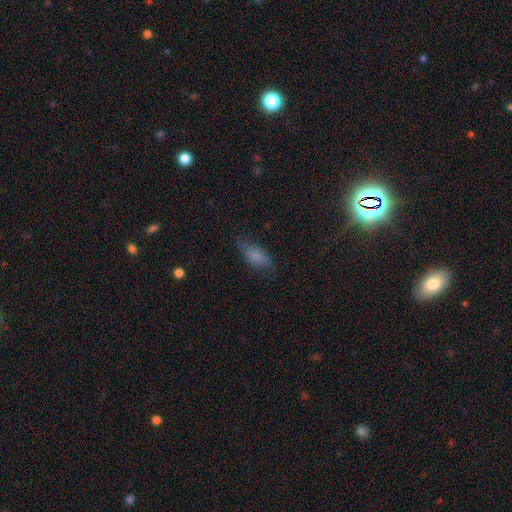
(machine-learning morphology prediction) Overall: smooth (79%). How rounded: in between (84%). Merging: none (66%).